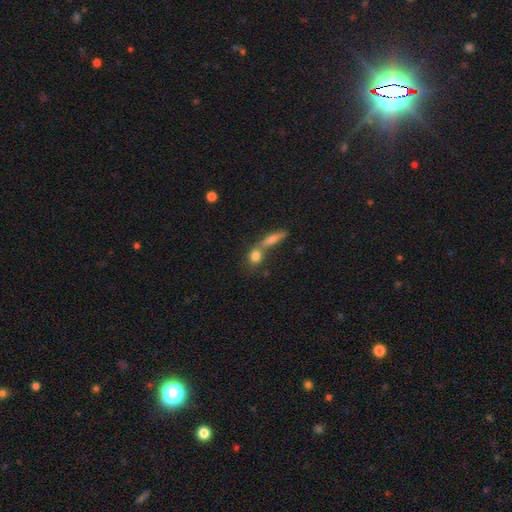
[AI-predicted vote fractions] The model was most divided on "merging": merger: 46%, none: 41%, minor disturbance: 9%, major disturbance: 4%. More confident: smooth or featured — smooth (77%); how rounded — round (56%).